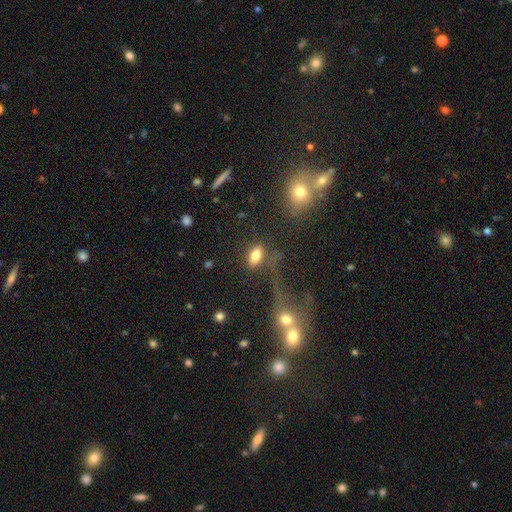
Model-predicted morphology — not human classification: Smooth or featured?
  - smooth: 76% *
  - featured or disk: 14%
  - star or artifact: 10%
How rounded?
  - in between: 86% *
  - round: 8%
  - cigar-shaped: 6%
Merging?
  - none: 71% *
  - minor disturbance: 14%
  - major disturbance: 8%
  - merger: 8%